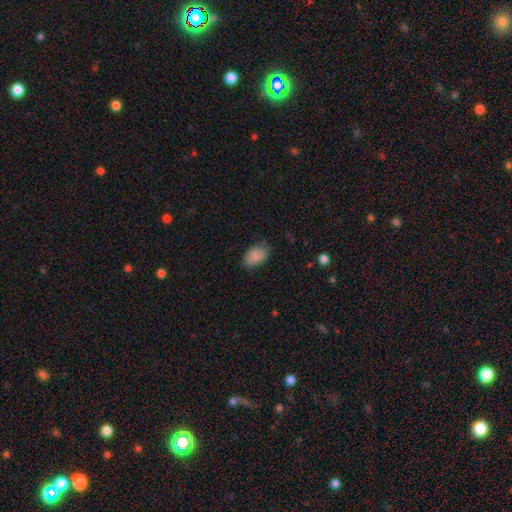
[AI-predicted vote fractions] This appears to be a smooth galaxy with no disk features (87%) that is in between round and cigar-shaped (88%). Merging: none (74%).